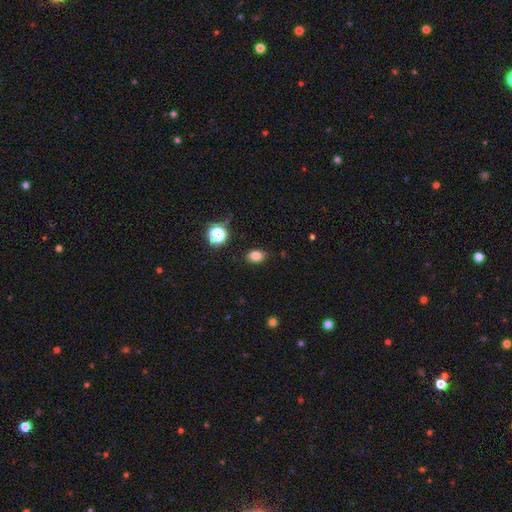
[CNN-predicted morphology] The model was most divided on "how rounded": in between: 77%, round: 22%, cigar-shaped: 1%. More confident: merging — none (84%); smooth or featured — smooth (80%).